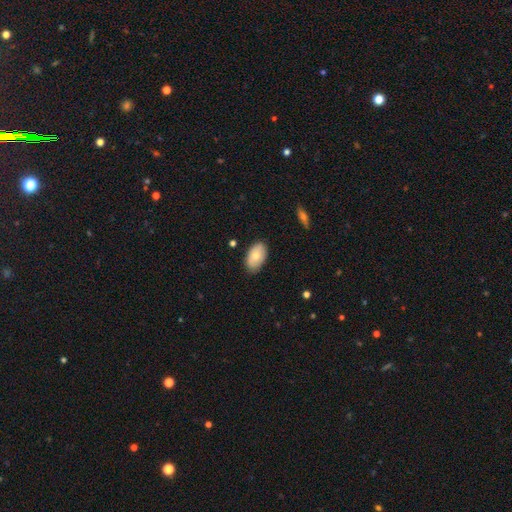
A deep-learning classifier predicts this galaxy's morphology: Smooth or featured: smooth — 74% (featured or disk — 19%)
How rounded: in between — 93% (round — 5%)
Merging: none — 83% (minor disturbance — 14%)